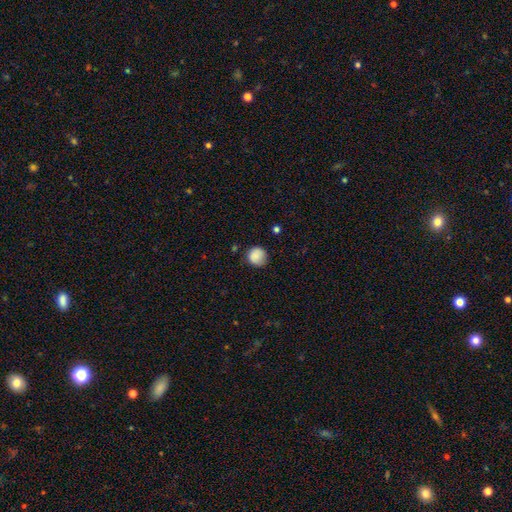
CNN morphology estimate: Smooth or featured? smooth (87%)
How rounded? round (91%)
Merging? none (77%)